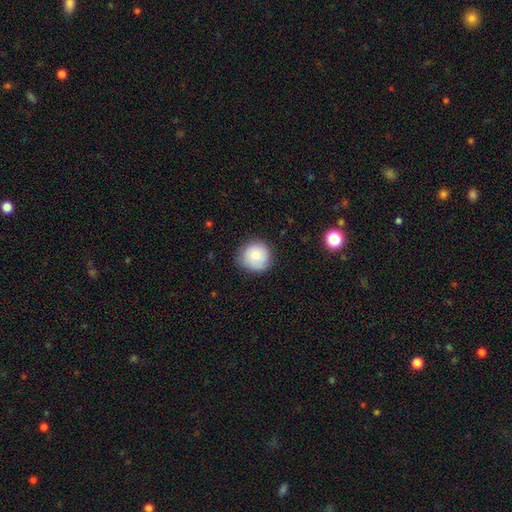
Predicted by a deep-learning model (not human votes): smooth_or_featured: smooth (p=0.80) [alt: featured or disk p=0.12]
how_rounded: round (p=0.92) [alt: in between p=0.07]
merging: none (p=0.79) [alt: minor disturbance p=0.17]